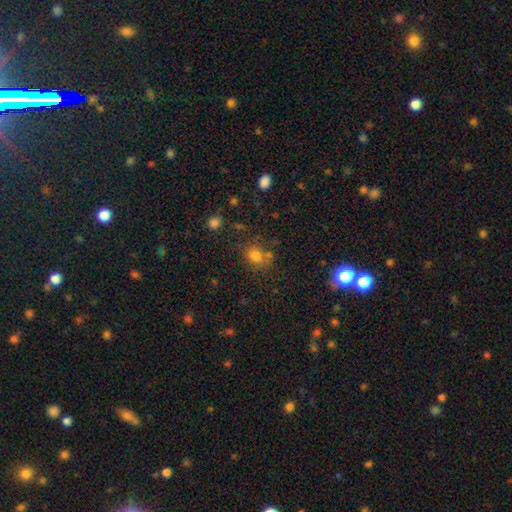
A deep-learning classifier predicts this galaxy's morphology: A smooth galaxy with no disk features (74%) that is round (67%). Merging: none (67%).